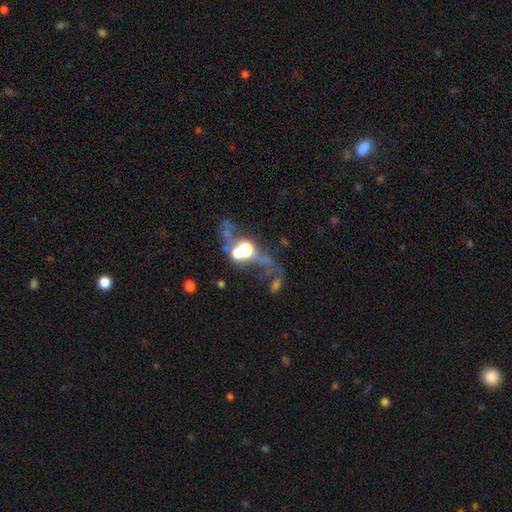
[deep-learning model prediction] Smooth or featured? Predicted: featured or disk (p=0.48). Merging? Predicted: none (p=0.32, tied with merger).